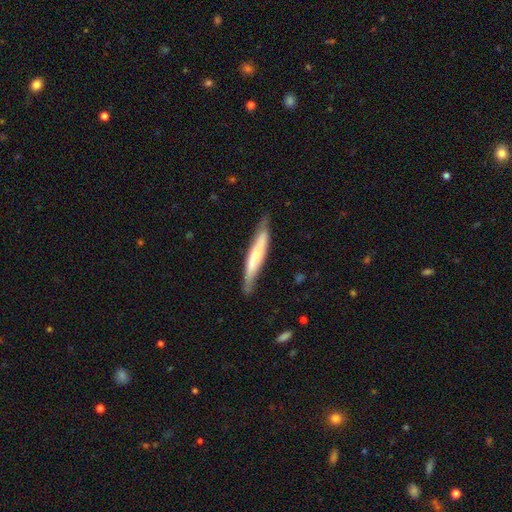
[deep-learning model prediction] A smooth galaxy with no disk features (49%). Merging: none (76%).